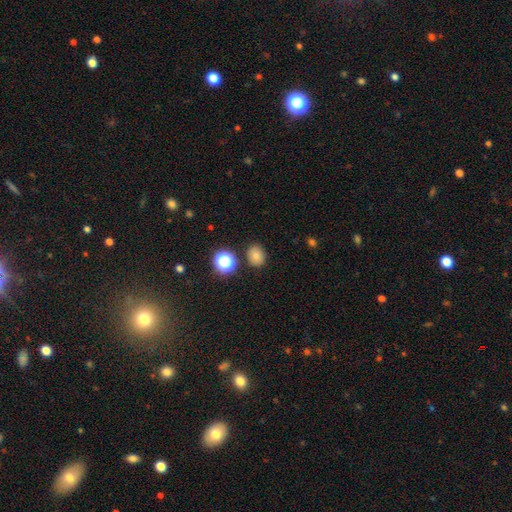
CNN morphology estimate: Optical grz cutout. It shows a smooth galaxy with no disk features (78%) that is round (53%). Merging: none (84%).